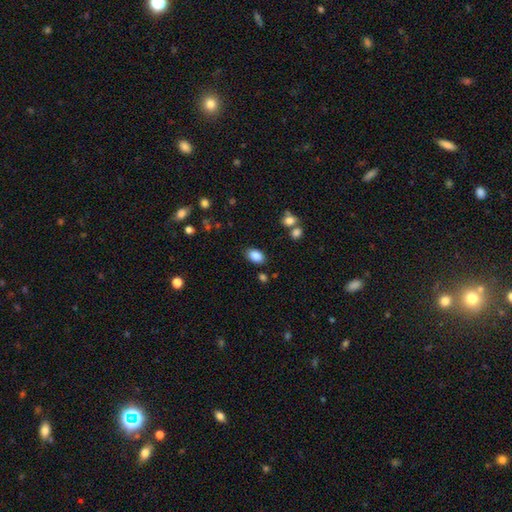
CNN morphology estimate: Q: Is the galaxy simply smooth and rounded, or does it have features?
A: smooth — 87%.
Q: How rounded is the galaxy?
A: in between — 88%.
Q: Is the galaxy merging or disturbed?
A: none — 83%.